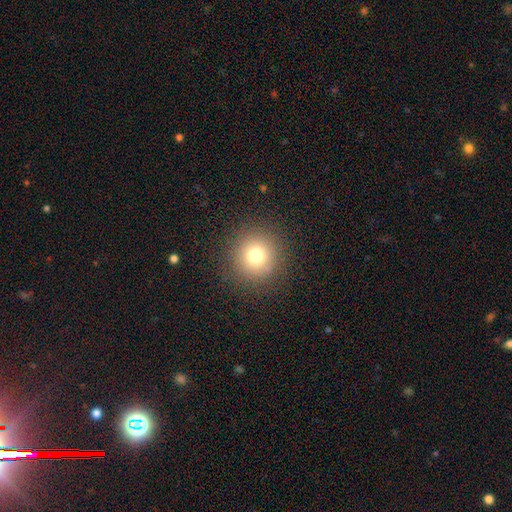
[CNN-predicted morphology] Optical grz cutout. It shows a smooth galaxy with no disk features (75%) that is round (94%). Merging: none (89%).